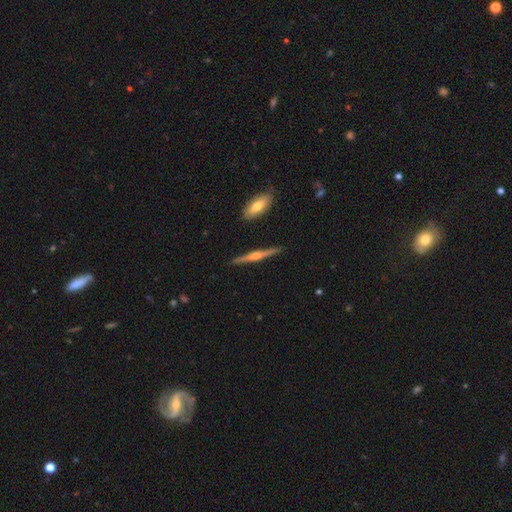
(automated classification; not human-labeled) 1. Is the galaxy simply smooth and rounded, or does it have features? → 71% featured or disk, 23% smooth, 5% star or artifact.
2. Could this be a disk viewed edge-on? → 98% yes, 2% no.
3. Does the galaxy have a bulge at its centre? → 71% rounded, 20% boxy, 9% none.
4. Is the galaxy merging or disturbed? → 89% none, 7% minor disturbance, 2% merger, 2% major disturbance.